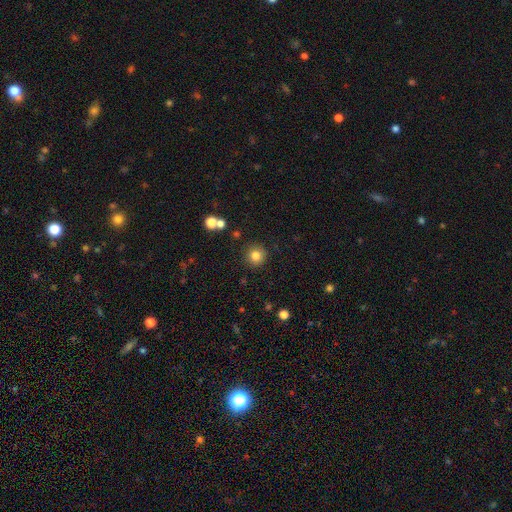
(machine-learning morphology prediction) Smooth or featured: smooth — 82% (star or artifact — 12%)
How rounded: round — 94% (in between — 5%)
Merging: none — 88% (minor disturbance — 7%)